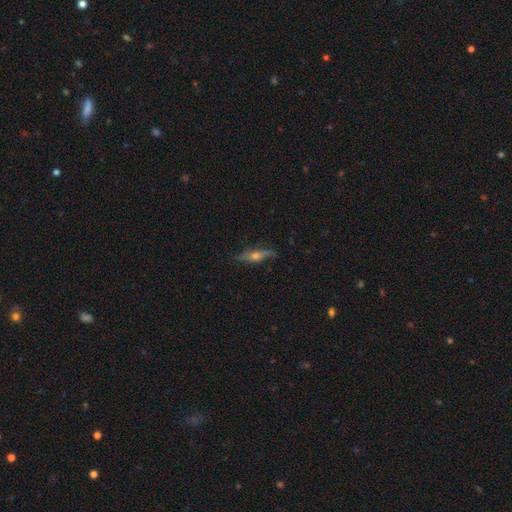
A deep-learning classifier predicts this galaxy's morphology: smooth_or_featured: featured or disk (p=0.65) [alt: smooth p=0.27]
disk_edge_on: yes (p=0.76) [alt: no p=0.24]
merging: none (p=0.73) [alt: minor disturbance p=0.19]